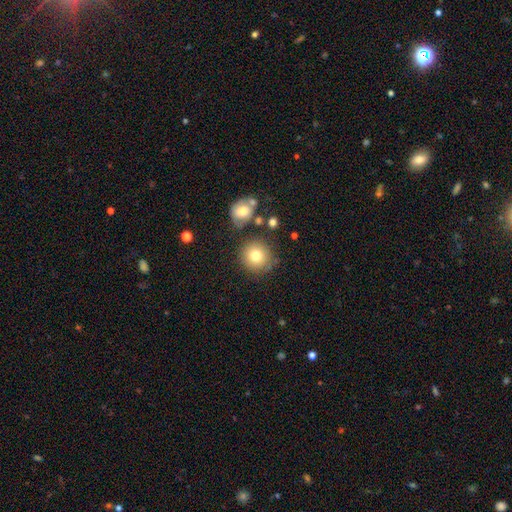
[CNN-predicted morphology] Smooth or featured? smooth (80%)
How rounded? round (93%)
Merging? none (79%)